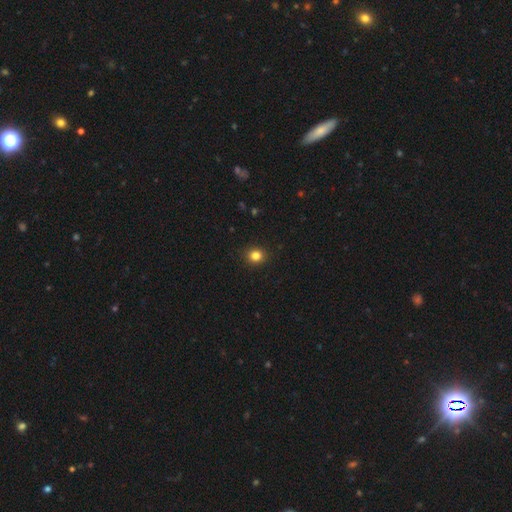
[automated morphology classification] smooth-or-featured: smooth: 83% | star or artifact: 12% | featured or disk: 5%
  how-rounded: round: 82% | in between: 17% | cigar-shaped: 1%
  merging: none: 92% | minor disturbance: 6% | major disturbance: 2% | merger: 1%